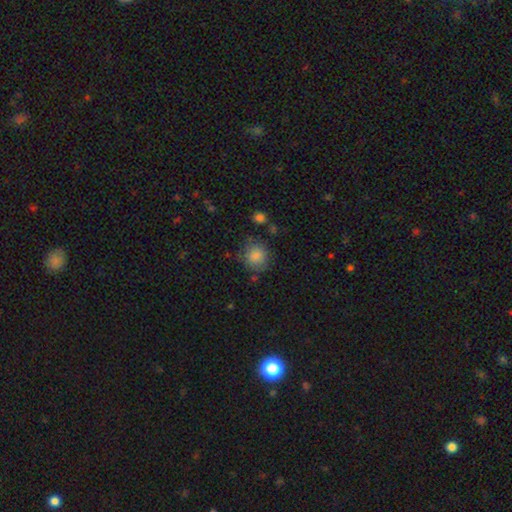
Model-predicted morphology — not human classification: A smooth galaxy with no disk features (84%) that is round (83%). Merging: none (75%).